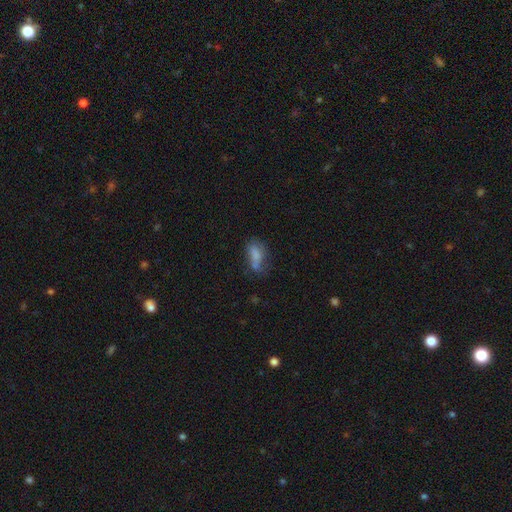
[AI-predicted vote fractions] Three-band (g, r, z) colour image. It shows a smooth galaxy with no disk features (70%) that is in between round and cigar-shaped (78%). Merging: none (38%).